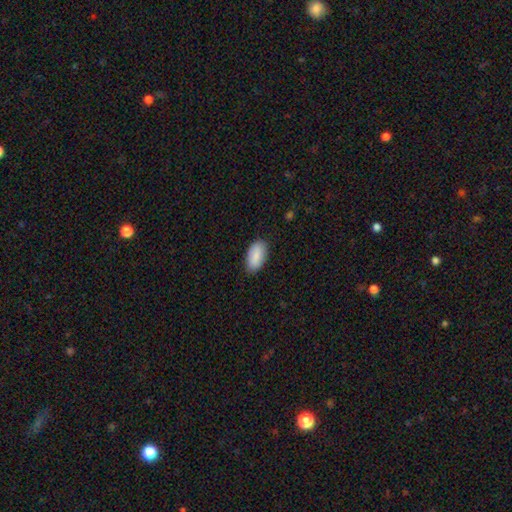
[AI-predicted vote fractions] This is clearly a smooth galaxy (85%). How rounded: clearly in between (94%). Merging: clearly none (83%).